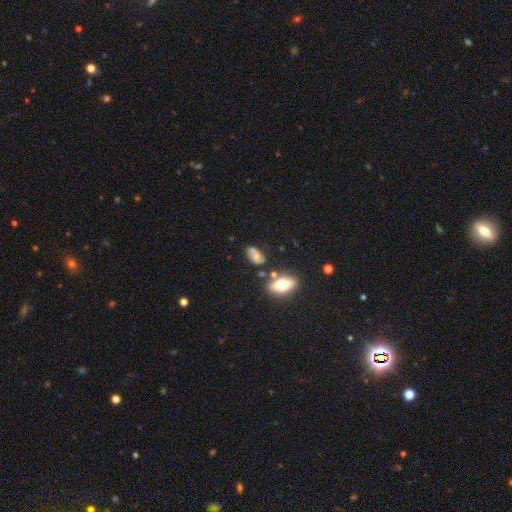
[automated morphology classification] Smooth or featured? Predicted: smooth (p=0.63). How rounded? Predicted: in between (p=0.86). Merging? Predicted: none (p=0.62).